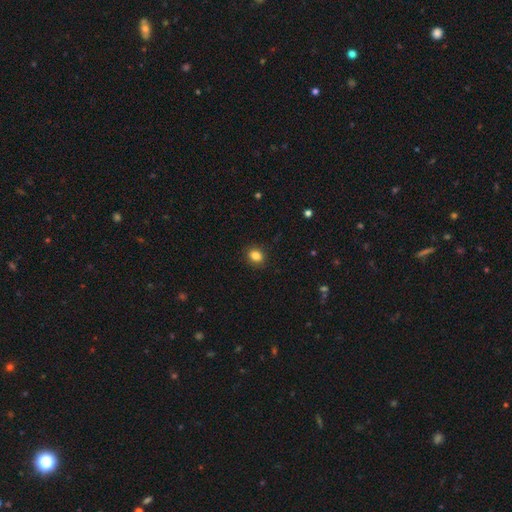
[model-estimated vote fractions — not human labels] Smooth or featured? smooth (85%)
How rounded? round (50%)
Merging? none (89%)